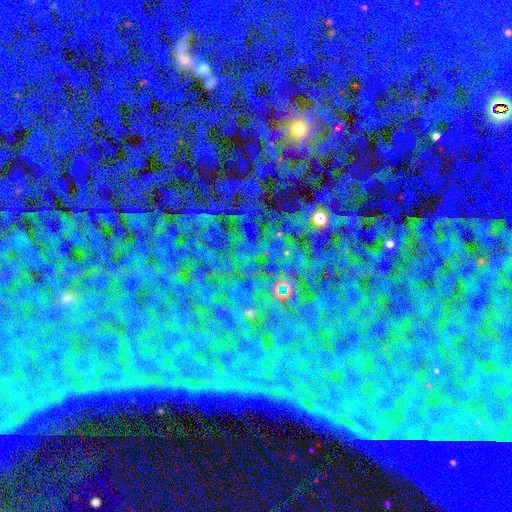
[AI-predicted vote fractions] This appears to be a star or artifact, not a galaxy (83%).